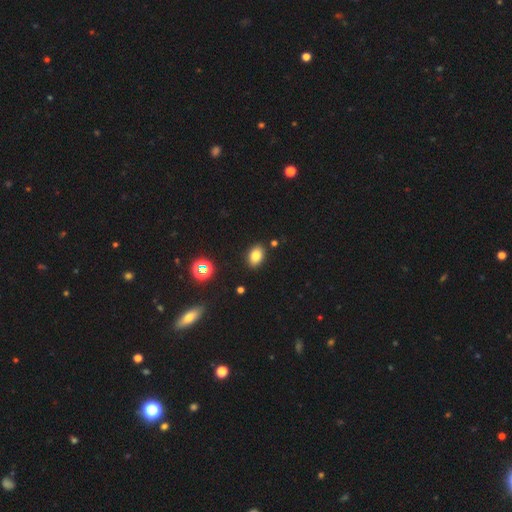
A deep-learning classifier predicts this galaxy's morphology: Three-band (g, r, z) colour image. It shows a smooth galaxy with no disk features (80%) that is in between round and cigar-shaped (85%). Merging: none (87%).